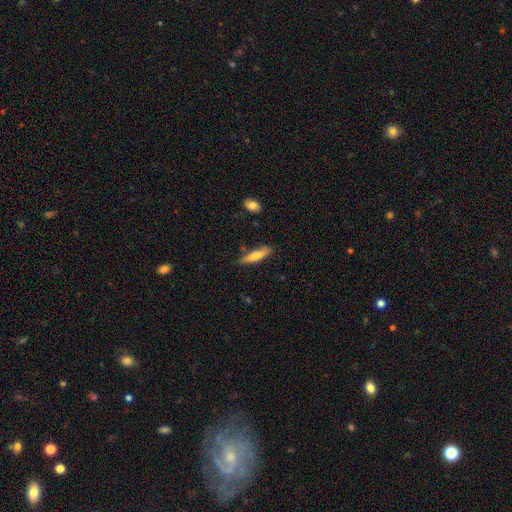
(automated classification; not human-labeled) Q: Smooth or featured?
A: smooth (73%); runner-up: featured or disk (21%)
Q: How rounded?
A: cigar-shaped (76%); runner-up: in between (23%)
Q: Merging?
A: none (80%); runner-up: minor disturbance (15%)